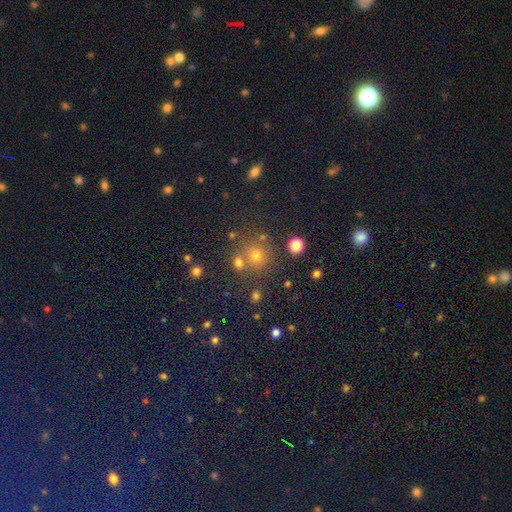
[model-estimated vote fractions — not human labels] A smooth galaxy with no disk features (63%) that is round (90%). Merging: none (73%).